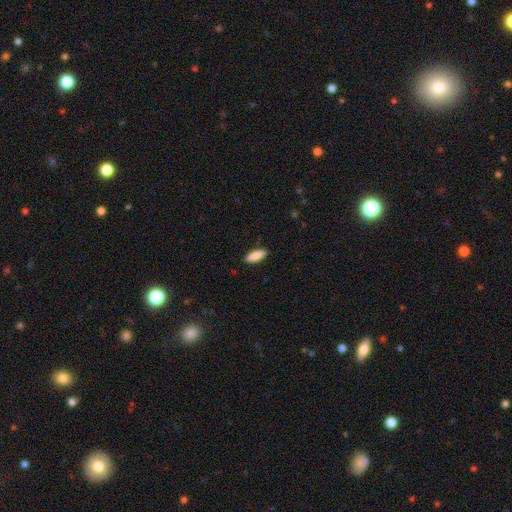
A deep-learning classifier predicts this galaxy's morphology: smooth 85%, featured or disk 9%, star or artifact 6%. Down the decision tree: how rounded — in between (54%); merging — none (88%).